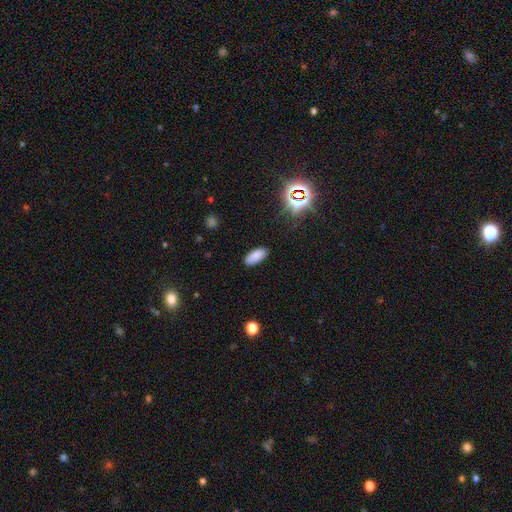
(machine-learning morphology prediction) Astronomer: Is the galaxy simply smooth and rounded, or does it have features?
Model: smooth — 84%.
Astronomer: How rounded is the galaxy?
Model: in between — 87%.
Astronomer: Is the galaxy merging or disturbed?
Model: none — 87%.